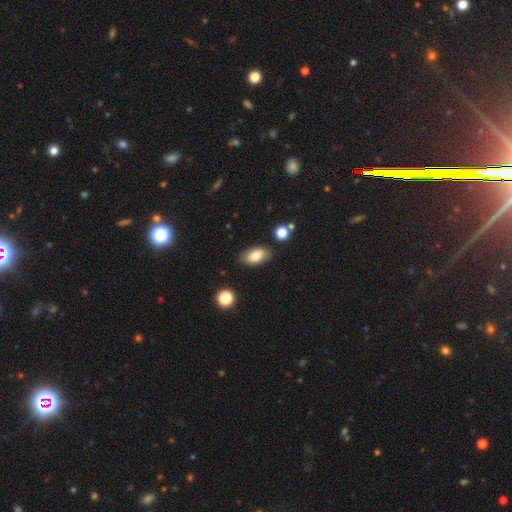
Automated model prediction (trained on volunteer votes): This appears to be a smooth galaxy with no disk features (82%) that is in between round and cigar-shaped (92%). Merging: none (83%).